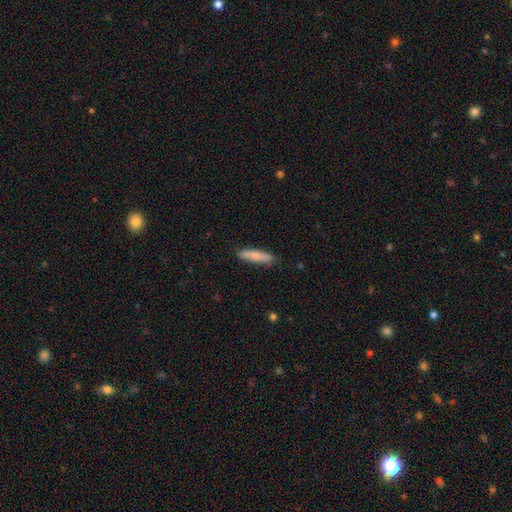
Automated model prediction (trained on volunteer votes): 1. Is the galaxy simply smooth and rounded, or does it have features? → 76% smooth, 18% featured or disk, 6% star or artifact.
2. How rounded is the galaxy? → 77% cigar-shaped, 22% in between, 2% round.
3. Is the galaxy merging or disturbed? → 84% none, 12% minor disturbance, 2% major disturbance, 1% merger.